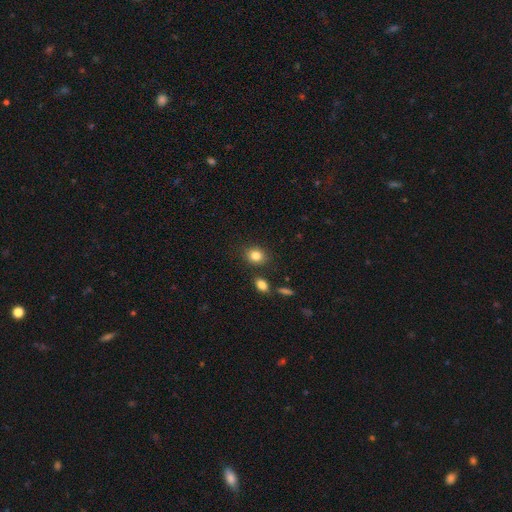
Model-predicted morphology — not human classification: A smooth galaxy with no disk features (84%) that is round (60%).

Vote fractions:
- Smooth or featured? smooth: 84% / star or artifact: 10% / featured or disk: 6%
- How rounded? round: 60% / in between: 39% / cigar-shaped: 1%
- Merging? none: 82% / minor disturbance: 10% / merger: 5% / major disturbance: 3%